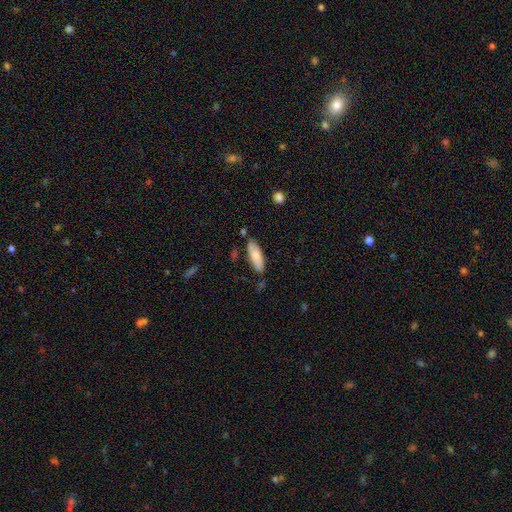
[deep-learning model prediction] Q: Smooth or featured?
A: smooth (81%); runner-up: featured or disk (13%)
Q: How rounded?
A: in between (56%); runner-up: cigar-shaped (42%)
Q: Merging?
A: none (77%); runner-up: minor disturbance (15%)